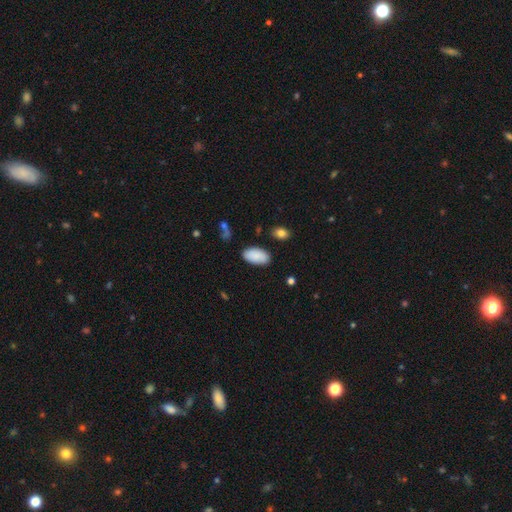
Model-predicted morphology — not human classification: Q: Smooth or featured?
A: smooth (86%); runner-up: featured or disk (7%)
Q: How rounded?
A: in between (95%); runner-up: round (3%)
Q: Merging?
A: none (83%); runner-up: minor disturbance (12%)